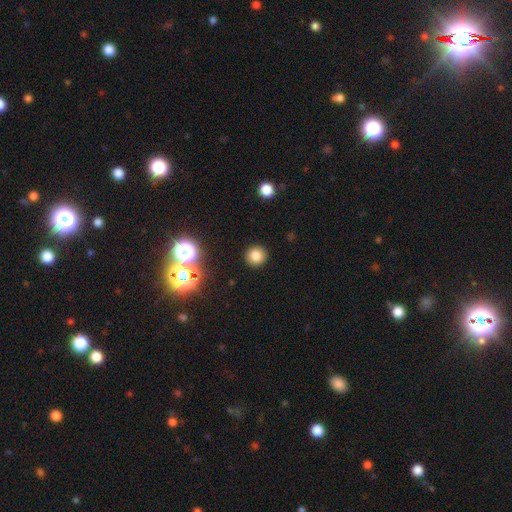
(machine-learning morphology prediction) Q: Smooth or featured?
A: smooth (80%); runner-up: star or artifact (14%)
Q: How rounded?
A: round (93%); runner-up: in between (6%)
Q: Merging?
A: none (92%); runner-up: minor disturbance (5%)